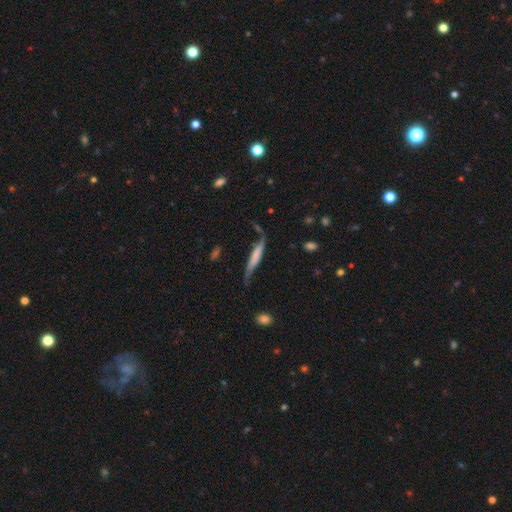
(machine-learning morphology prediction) smooth_or_featured: smooth (p=0.50) [alt: featured or disk p=0.43]
how_rounded: cigar-shaped (p=0.88) [alt: in between p=0.10]
merging: none (p=0.48) [alt: minor disturbance p=0.31]